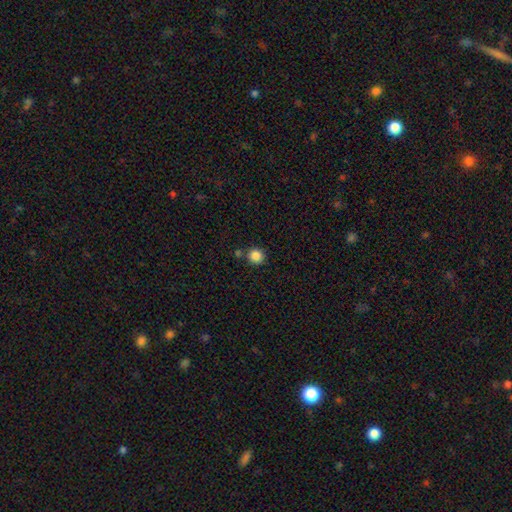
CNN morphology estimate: smooth-or-featured: smooth: 86% | star or artifact: 10% | featured or disk: 4%
  how-rounded: round: 92% | in between: 7% | cigar-shaped: 1%
  merging: none: 80% | minor disturbance: 9% | merger: 9% | major disturbance: 3%